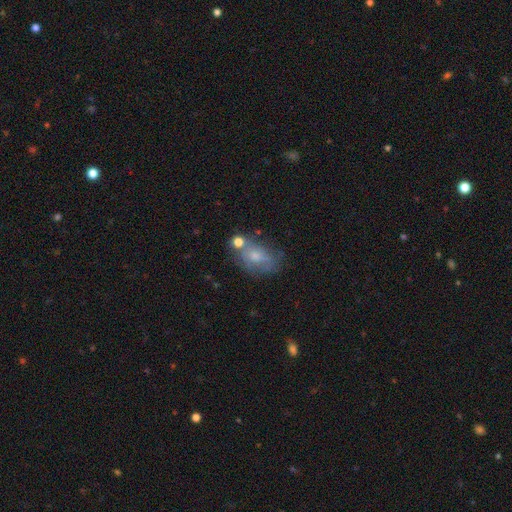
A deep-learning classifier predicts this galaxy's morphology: smooth_or_featured: smooth (p=0.53) [alt: featured or disk p=0.36]
how_rounded: in between (p=0.82) [alt: round p=0.16]
merging: none (p=0.46) [alt: minor disturbance p=0.25]